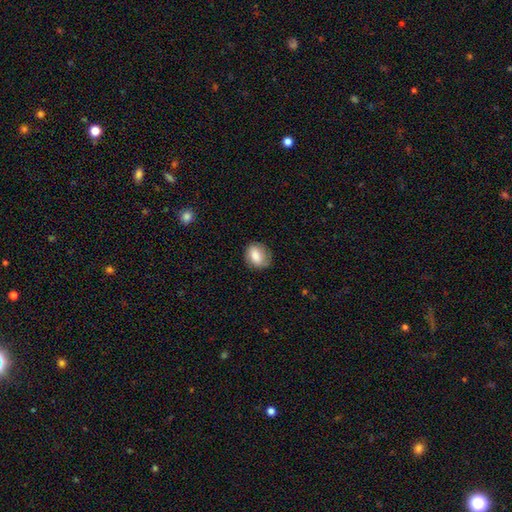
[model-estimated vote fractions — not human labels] Smooth or featured? Predicted: smooth (p=0.77). How rounded? Predicted: in between (p=0.57). Merging? Predicted: none (p=0.73).